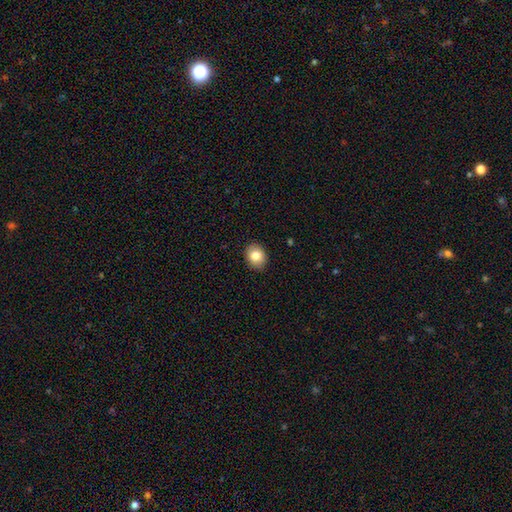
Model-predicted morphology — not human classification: Overall: smooth (83%). How rounded: round (53%; in between 46%). Merging: none (90%).